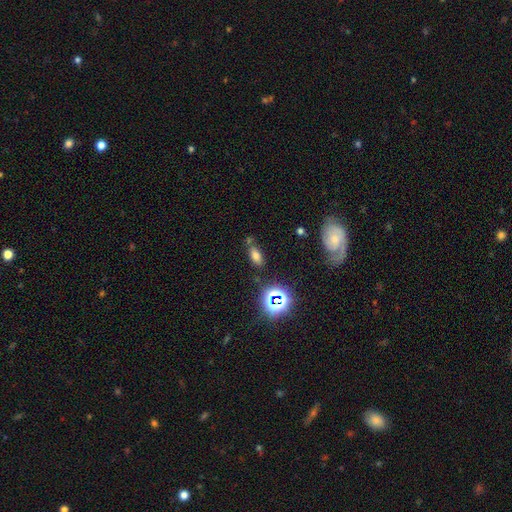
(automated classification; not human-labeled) This appears to be a smooth galaxy with no disk features (66%) that is in between round and cigar-shaped (83%). Merging: none (70%).